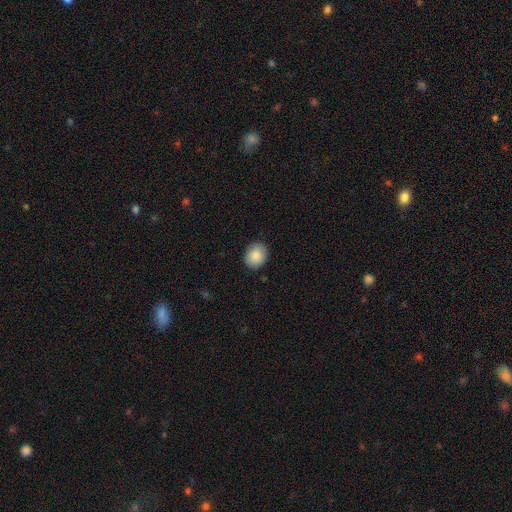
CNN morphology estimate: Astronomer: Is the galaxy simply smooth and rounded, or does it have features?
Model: smooth — 87%.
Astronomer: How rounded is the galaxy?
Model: in between — 52% (runner-up: round, 48%).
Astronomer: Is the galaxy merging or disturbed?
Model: none — 88%.